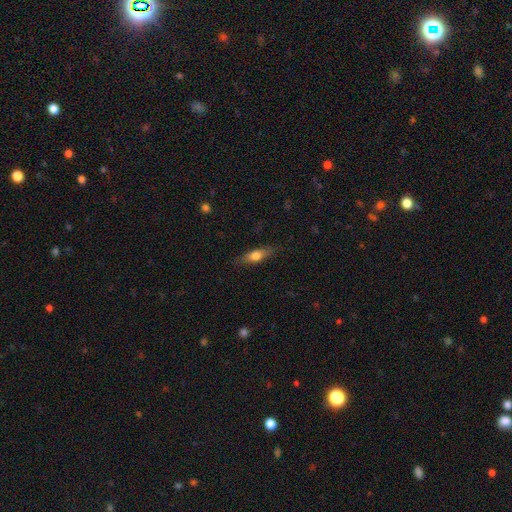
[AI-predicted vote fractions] This is likely a smooth galaxy (63%). How rounded: possibly cigar-shaped (52%). Merging: clearly none (83%).